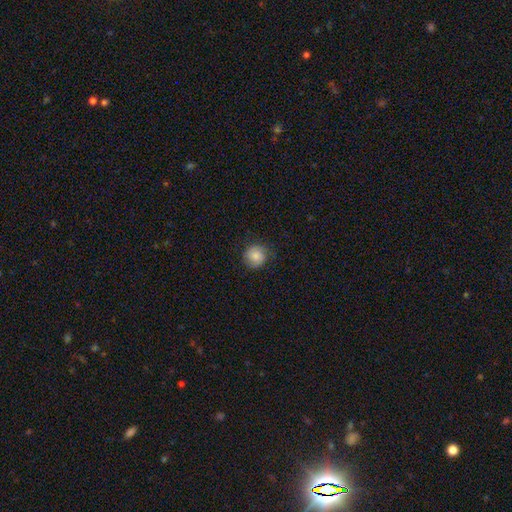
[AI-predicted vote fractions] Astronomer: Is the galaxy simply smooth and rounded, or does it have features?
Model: smooth — 84%.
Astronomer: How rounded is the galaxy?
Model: round — 90%.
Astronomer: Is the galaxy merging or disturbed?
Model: none — 79%.